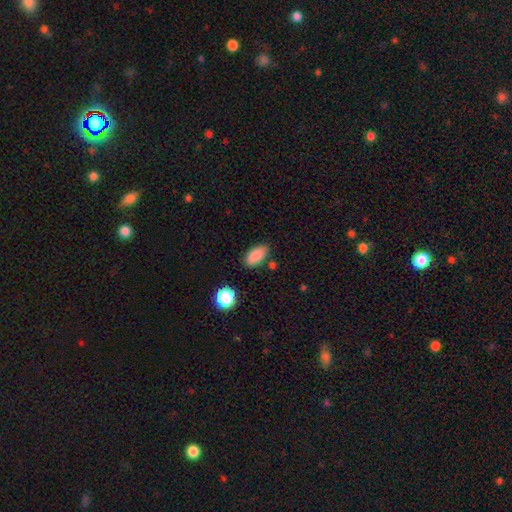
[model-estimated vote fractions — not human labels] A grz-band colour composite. It shows a smooth galaxy with no disk features (87%) that is in between round and cigar-shaped (90%). Merging: none (81%).